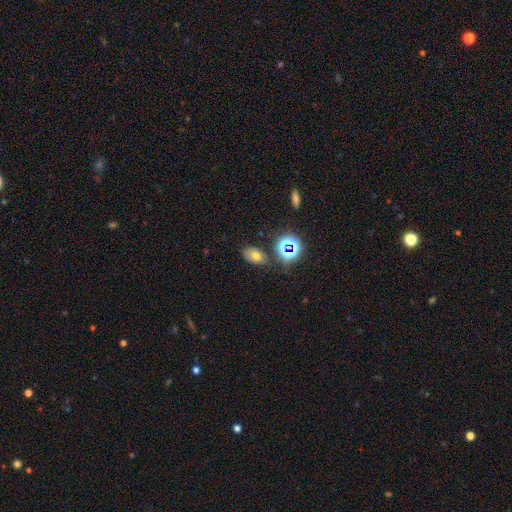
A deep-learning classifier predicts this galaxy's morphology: This is likely a smooth galaxy (61%). How rounded: clearly in between (84%). Merging: likely none (77%).